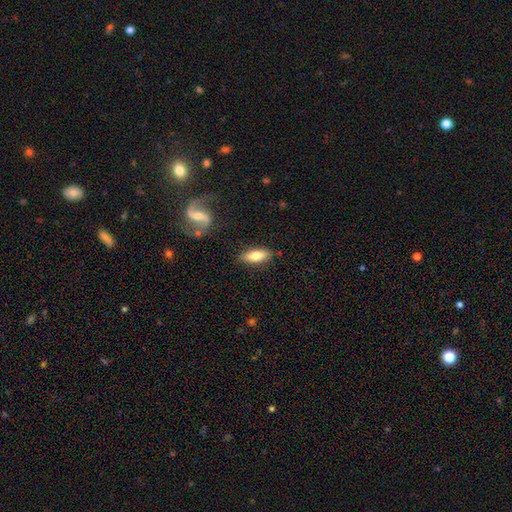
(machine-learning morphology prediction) smooth_or_featured: smooth (p=0.73) [alt: featured or disk p=0.20]
how_rounded: in between (p=0.72) [alt: cigar-shaped p=0.25]
merging: none (p=0.84) [alt: minor disturbance p=0.11]